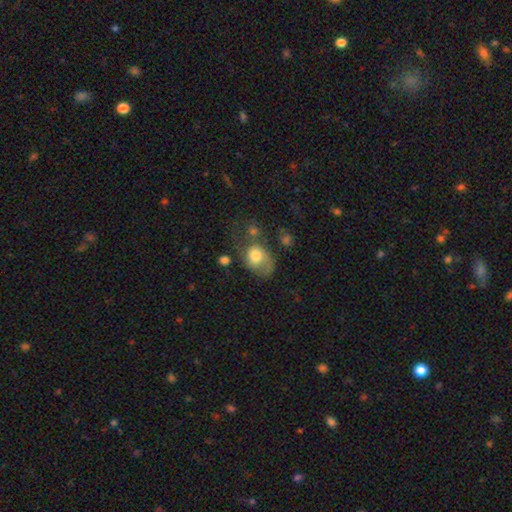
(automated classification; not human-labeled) smooth 68%, featured or disk 24%, star or artifact 8%. Down the decision tree: how rounded — in between (60%); merging — major disturbance (31%, tied with none).